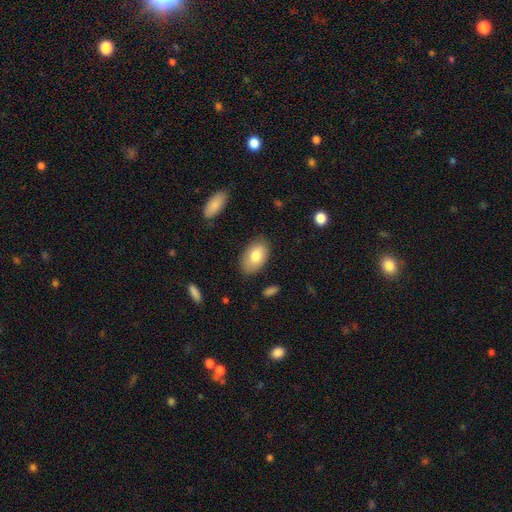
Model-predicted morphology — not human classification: This is likely a smooth galaxy (78%). How rounded: clearly in between (92%). Merging: clearly none (82%).